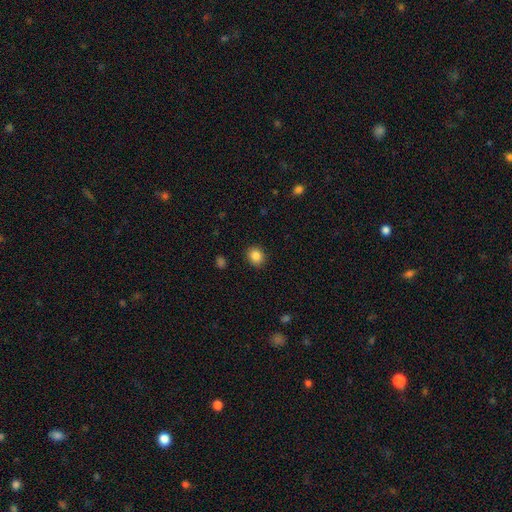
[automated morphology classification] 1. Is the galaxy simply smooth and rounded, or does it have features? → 86% smooth, 10% star or artifact, 4% featured or disk.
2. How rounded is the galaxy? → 74% round, 25% in between, 1% cigar-shaped.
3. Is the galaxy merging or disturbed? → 89% none, 7% minor disturbance, 2% major disturbance, 1% merger.